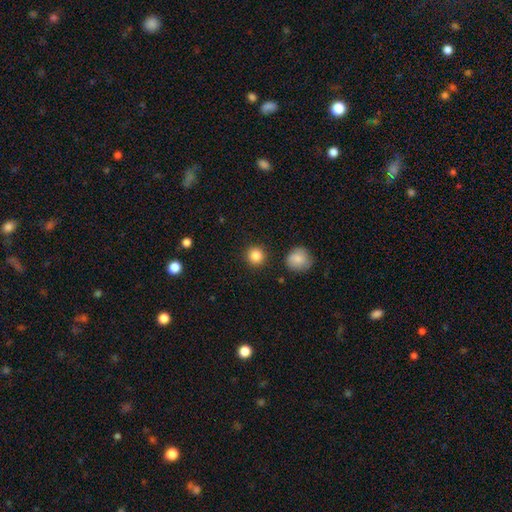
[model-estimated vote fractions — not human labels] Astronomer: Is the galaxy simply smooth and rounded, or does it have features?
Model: smooth — 86%.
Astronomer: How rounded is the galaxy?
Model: round — 94%.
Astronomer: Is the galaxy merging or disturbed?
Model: none — 90%.